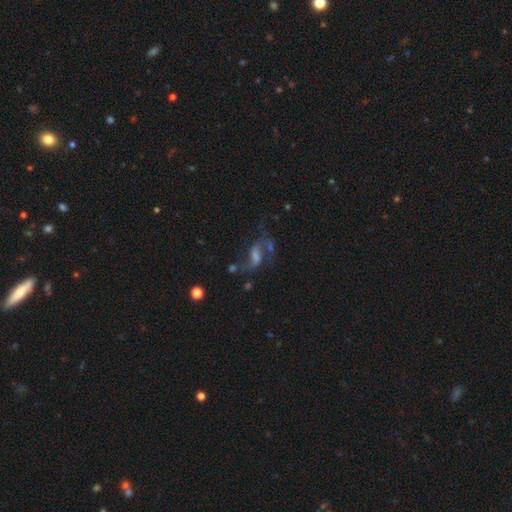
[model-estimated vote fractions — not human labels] Overall: featured or disk (67%). Edge-on disk: no (94%). Bar: weak (47%; no 29%). Spiral arms: yes (84%). Spiral arm count: 2 (83%). Spiral winding: loose (64%; medium 29%). Bulge size: small (33%; moderate 32%). Merging: none (46%; major disturbance 25%).